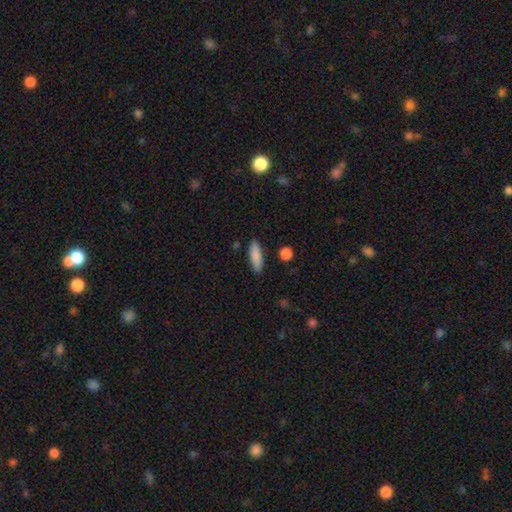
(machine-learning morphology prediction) Smooth or featured? Predicted: smooth (p=0.86). How rounded? Predicted: cigar-shaped (p=0.51). Merging? Predicted: none (p=0.86).